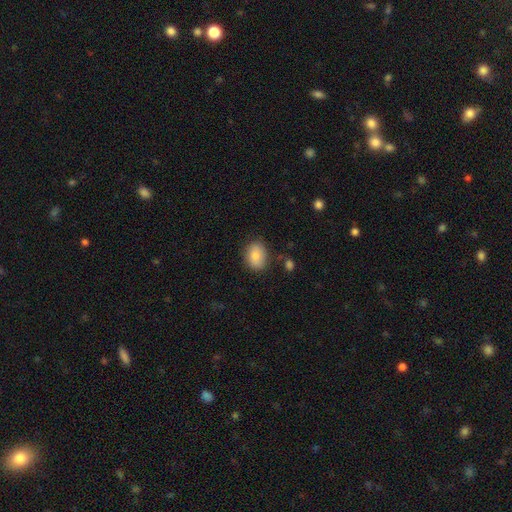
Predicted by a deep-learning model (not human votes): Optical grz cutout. It shows a smooth galaxy with no disk features (83%) that is in between round and cigar-shaped (66%). Merging: none (81%).